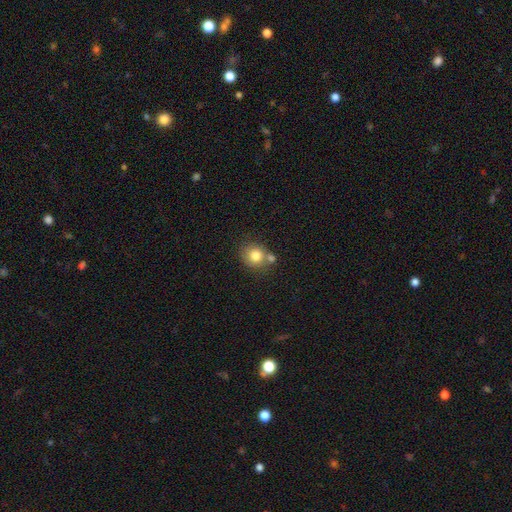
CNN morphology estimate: Smooth or featured? Predicted: smooth (p=0.80). How rounded? Predicted: round (p=0.83). Merging? Predicted: none (p=0.57).